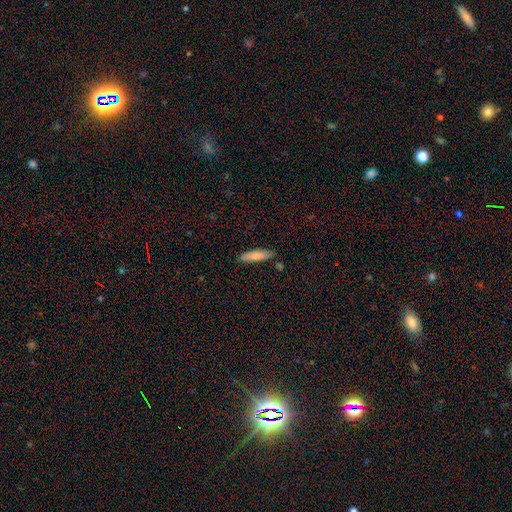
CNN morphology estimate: A smooth galaxy with no disk features (80%) that is cigar-shaped (69%). Merging: none (84%).